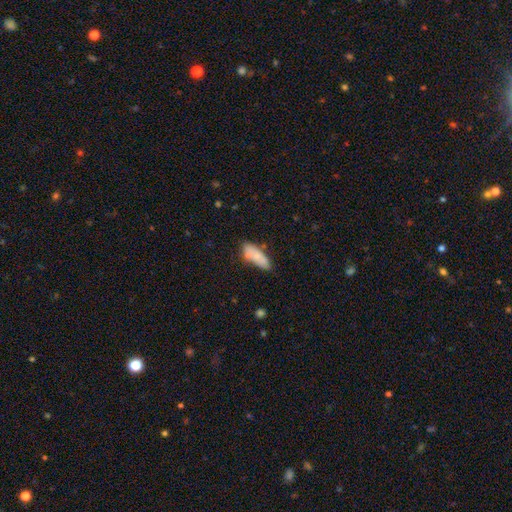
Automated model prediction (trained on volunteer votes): This is likely a smooth galaxy (74%). How rounded: likely in between (74%). Merging: possibly none (58%).